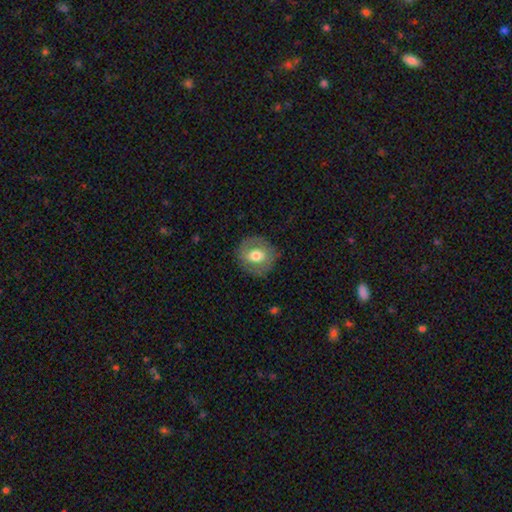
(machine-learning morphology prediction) A smooth galaxy with no disk features (59%) that is round (78%).

Vote fractions:
- Smooth or featured? smooth: 59% / featured or disk: 33% / star or artifact: 7%
- How rounded? round: 78% / in between: 21% / cigar-shaped: 1%
- Merging? none: 82% / minor disturbance: 12% / major disturbance: 5% / merger: 1%